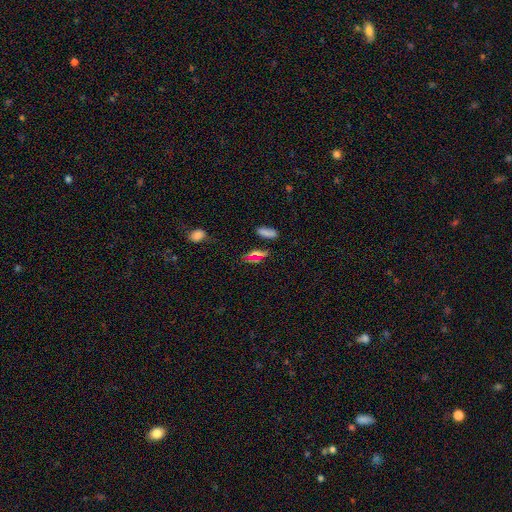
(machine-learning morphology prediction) A smooth galaxy with no disk features (60%) that is in between round and cigar-shaped (69%). Merging: none (68%).